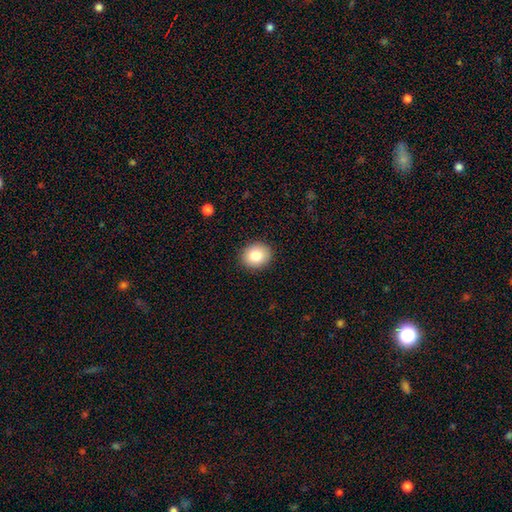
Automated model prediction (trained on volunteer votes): smooth 82%, star or artifact 9%, featured or disk 9%. Down the decision tree: how rounded — round (70%); merging — none (91%).